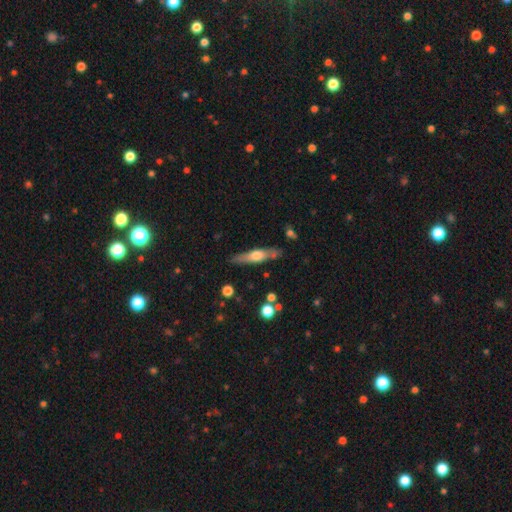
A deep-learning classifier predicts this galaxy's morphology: This appears to be a featured or disk galaxy (55%) viewed edge-on (92%) with a rounded central bulge (87%). Merging: none (80%).